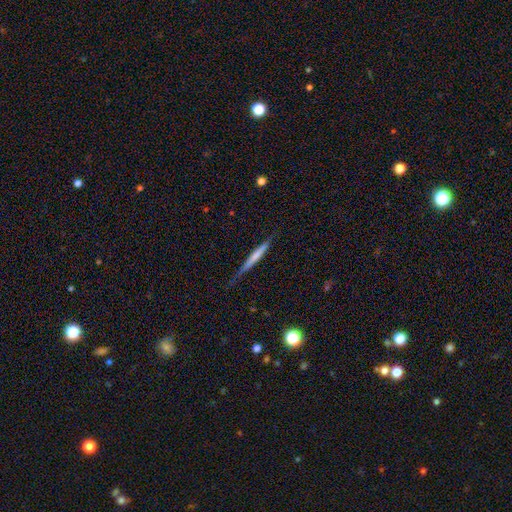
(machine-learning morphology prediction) smooth-or-featured: smooth: 52% | featured or disk: 43% | star or artifact: 5%
  how-rounded: cigar-shaped: 95% | in between: 3% | round: 2%
  merging: none: 71% | minor disturbance: 22% | major disturbance: 5% | merger: 2%